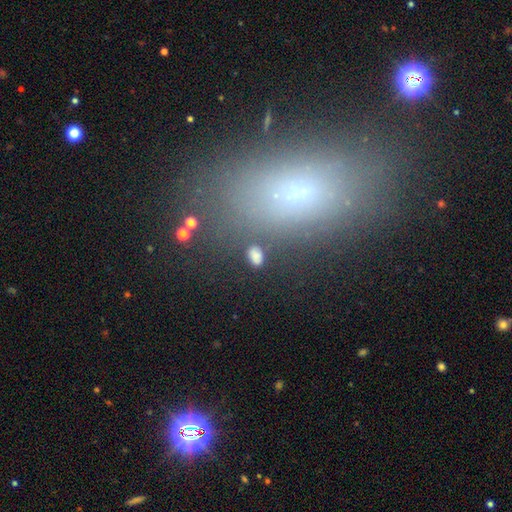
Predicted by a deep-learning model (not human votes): Smooth or featured? smooth (76%)
How rounded? in between (86%)
Merging? none (76%)